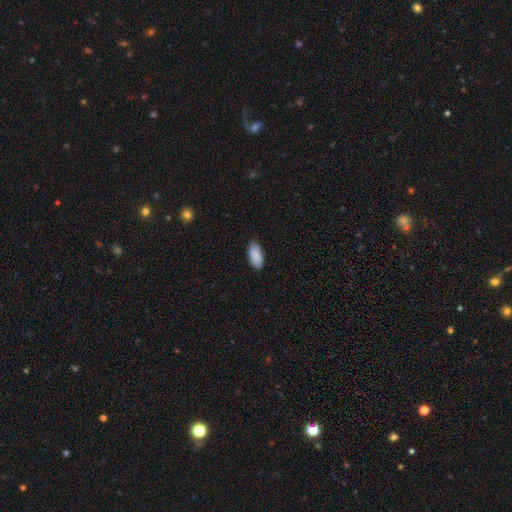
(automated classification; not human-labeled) smooth_or_featured: smooth (p=0.90) [alt: star or artifact p=0.06]
how_rounded: in between (p=0.92) [alt: cigar-shaped p=0.06]
merging: none (p=0.86) [alt: minor disturbance p=0.11]